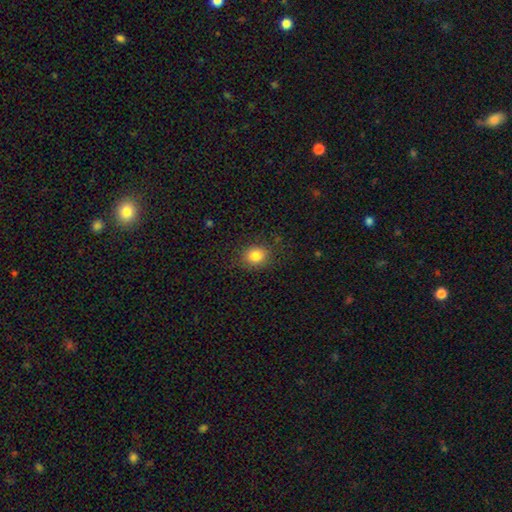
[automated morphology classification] Smooth or featured?
  - smooth: 83% *
  - star or artifact: 11%
  - featured or disk: 6%
How rounded?
  - round: 64% *
  - in between: 35%
  - cigar-shaped: 1%
Merging?
  - none: 85% *
  - minor disturbance: 11%
  - major disturbance: 3%
  - merger: 1%